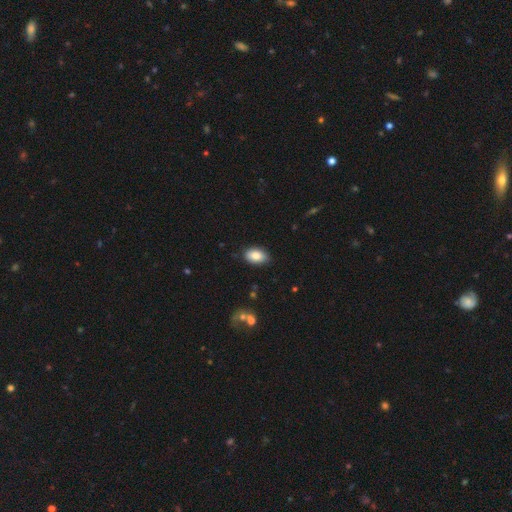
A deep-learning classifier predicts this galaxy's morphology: This is clearly a smooth galaxy (85%). How rounded: clearly in between (90%). Merging: clearly none (87%).